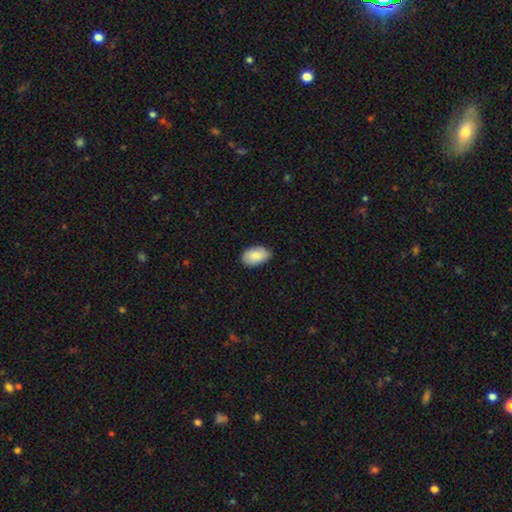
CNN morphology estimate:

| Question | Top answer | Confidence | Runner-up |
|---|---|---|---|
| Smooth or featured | smooth | 85% | featured or disk (8%) |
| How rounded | in between | 92% | round (7%) |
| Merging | none | 81% | minor disturbance (16%) |